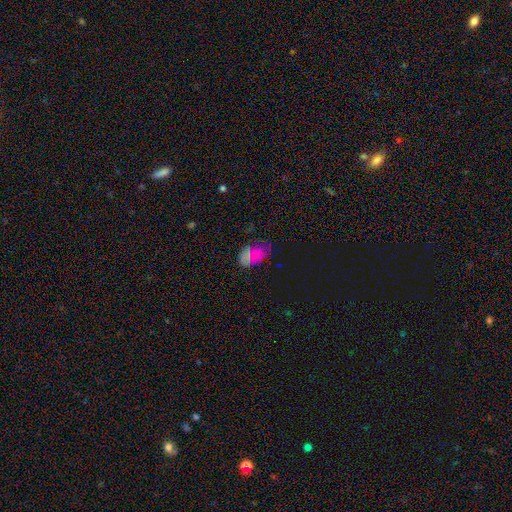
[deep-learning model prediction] A smooth galaxy with no disk features (56%) that is in between round and cigar-shaped (89%).

Vote fractions:
- Smooth or featured? smooth: 56% / star or artifact: 32% / featured or disk: 13%
- How rounded? in between: 89% / round: 9% / cigar-shaped: 2%
- Merging? none: 64% / minor disturbance: 24% / major disturbance: 9% / merger: 3%